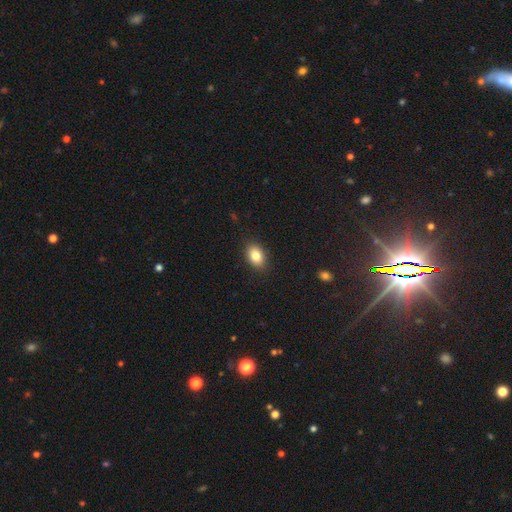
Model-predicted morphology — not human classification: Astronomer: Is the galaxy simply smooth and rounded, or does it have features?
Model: smooth — 84%.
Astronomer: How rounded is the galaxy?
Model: in between — 84%.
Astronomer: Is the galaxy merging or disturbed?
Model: none — 88%.